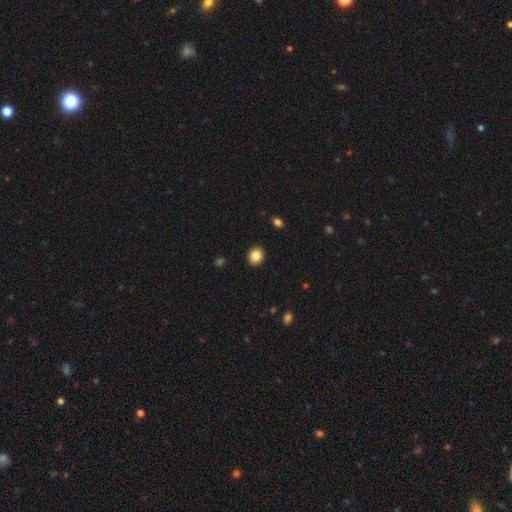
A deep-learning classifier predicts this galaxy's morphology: A smooth galaxy with no disk features (85%) that is round (72%).

Vote fractions:
- Smooth or featured? smooth: 85% / star or artifact: 9% / featured or disk: 6%
- How rounded? round: 72% / in between: 27% / cigar-shaped: 1%
- Merging? none: 92% / minor disturbance: 5% / major disturbance: 2% / merger: 1%